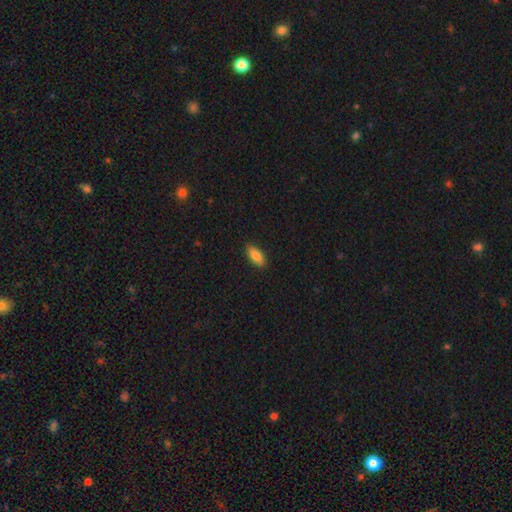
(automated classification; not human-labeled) smooth 86%, featured or disk 7%, star or artifact 7%. Down the decision tree: how rounded — in between (85%); merging — none (89%).